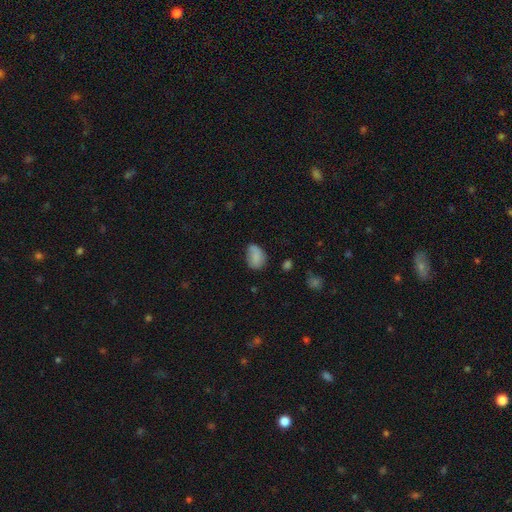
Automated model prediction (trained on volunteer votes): This is clearly a smooth galaxy (80%). How rounded: likely in between (77%). Merging: possibly none (56%).